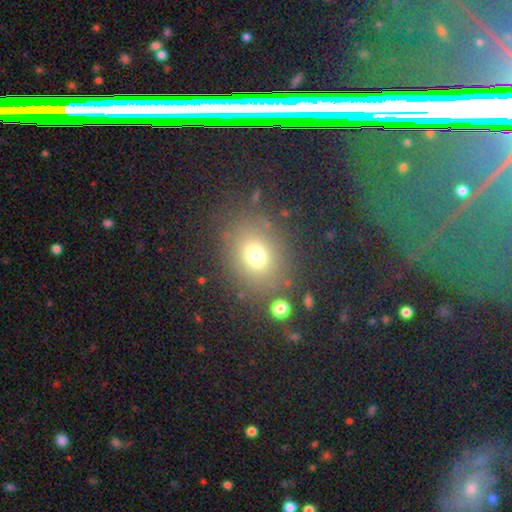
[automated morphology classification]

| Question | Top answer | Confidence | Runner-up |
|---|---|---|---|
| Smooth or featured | smooth | 71% | star or artifact (18%) |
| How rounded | round | 60% | in between (39%) |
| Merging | none | 80% | minor disturbance (11%) |